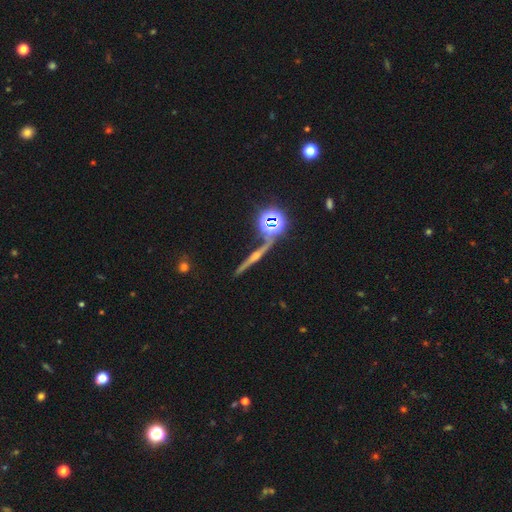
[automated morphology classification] smooth_or_featured: featured or disk (p=0.60) [alt: star or artifact p=0.23]
disk_edge_on: yes (p=0.91) [alt: no p=0.09]
edge_on_bulge: rounded (p=0.72) [alt: none p=0.18]
merging: none (p=0.77) [alt: minor disturbance p=0.12]